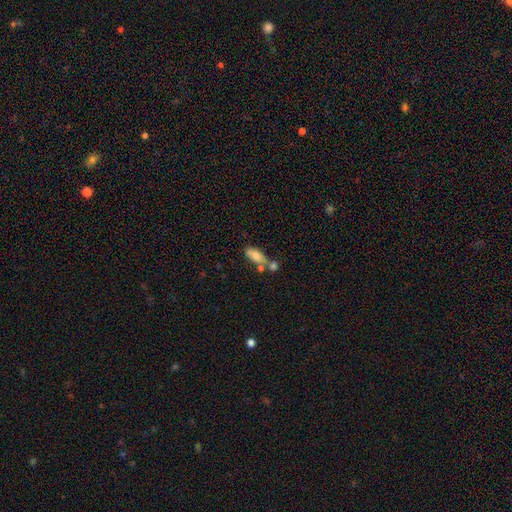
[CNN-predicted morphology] Q: Smooth or featured?
A: smooth (74%); runner-up: featured or disk (18%)
Q: How rounded?
A: in between (72%); runner-up: cigar-shaped (24%)
Q: Merging?
A: none (45%); runner-up: merger (33%)